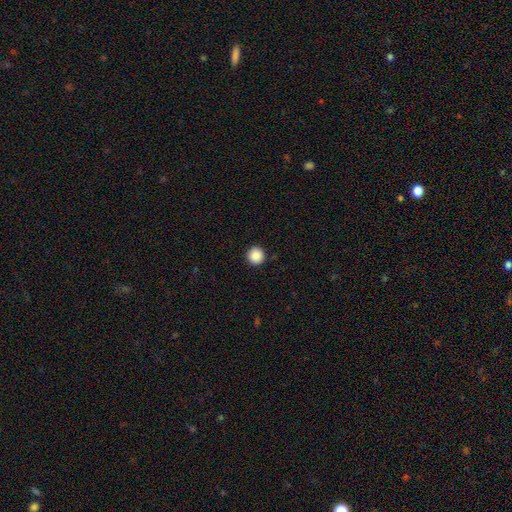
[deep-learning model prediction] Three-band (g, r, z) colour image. It shows a smooth galaxy with no disk features (88%) that is round (96%). Merging: none (93%).